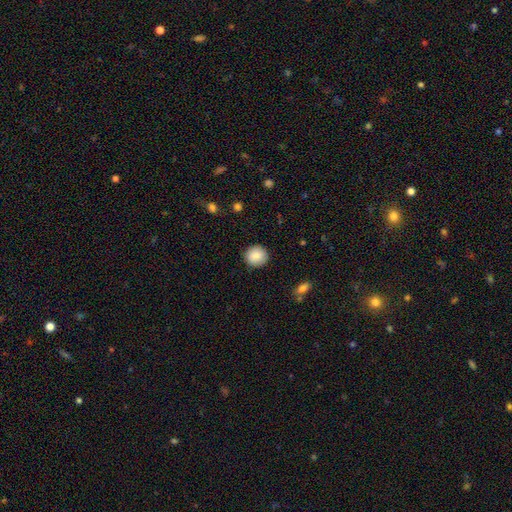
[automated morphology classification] smooth-or-featured: smooth: 87% | star or artifact: 7% | featured or disk: 5%
  how-rounded: round: 92% | in between: 7% | cigar-shaped: 1%
  merging: none: 90% | minor disturbance: 7% | major disturbance: 2% | merger: 1%